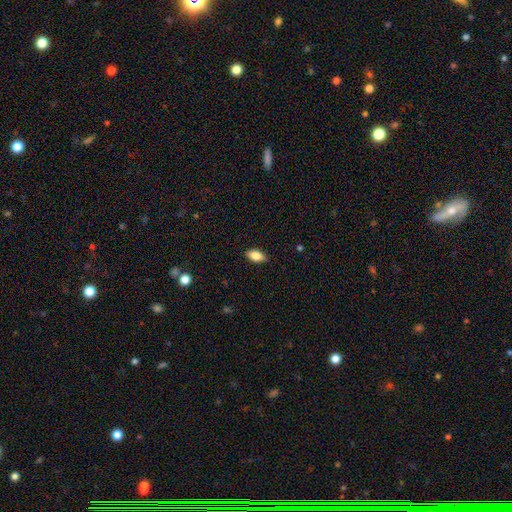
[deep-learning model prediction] A smooth galaxy with no disk features (85%) that is in between round and cigar-shaped (91%).

Vote fractions:
- Smooth or featured? smooth: 85% / featured or disk: 8% / star or artifact: 8%
- How rounded? in between: 91% / cigar-shaped: 6% / round: 4%
- Merging? none: 87% / minor disturbance: 10% / major disturbance: 2% / merger: 1%